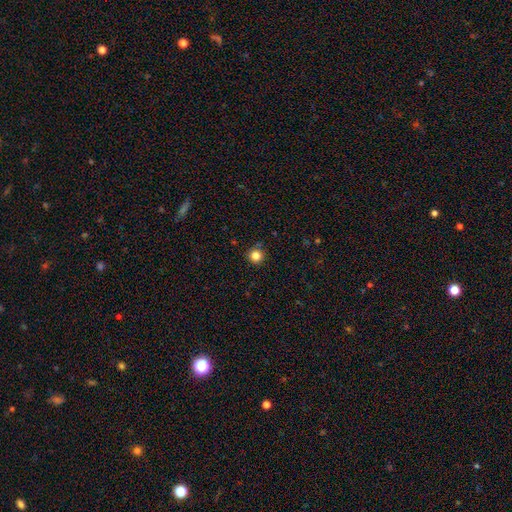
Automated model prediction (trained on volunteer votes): A smooth galaxy with no disk features (84%) that is round (95%).

Vote fractions:
- Smooth or featured? smooth: 84% / star or artifact: 12% / featured or disk: 4%
- How rounded? round: 95% / in between: 4% / cigar-shaped: 1%
- Merging? none: 89% / minor disturbance: 7% / major disturbance: 2% / merger: 1%